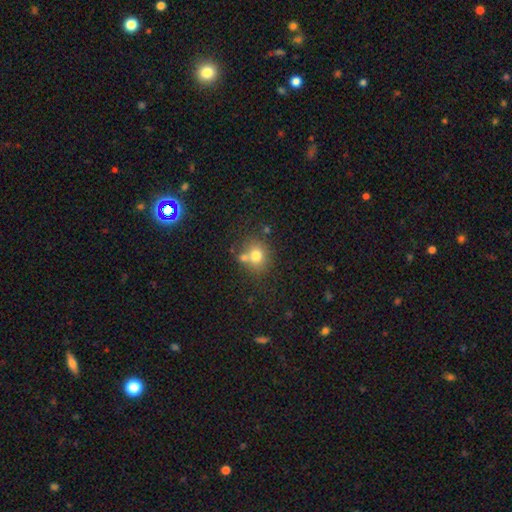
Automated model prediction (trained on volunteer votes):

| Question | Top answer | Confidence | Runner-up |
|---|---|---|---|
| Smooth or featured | smooth | 74% | featured or disk (13%) |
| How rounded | round | 75% | in between (24%) |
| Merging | none | 60% | merger (24%) |